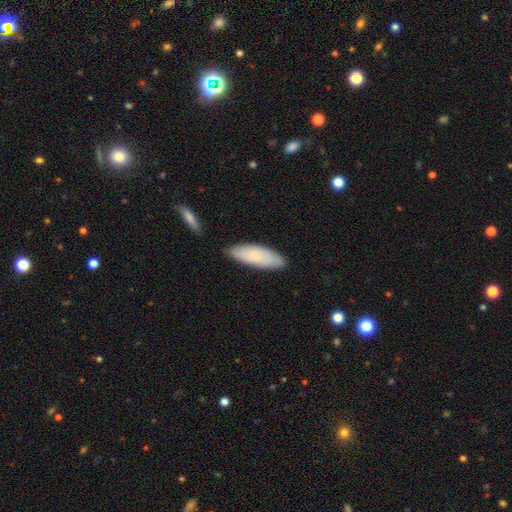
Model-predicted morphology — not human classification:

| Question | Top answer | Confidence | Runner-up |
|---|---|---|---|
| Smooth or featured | smooth | 76% | featured or disk (18%) |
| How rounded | in between | 62% | cigar-shaped (36%) |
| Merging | none | 81% | minor disturbance (14%) |